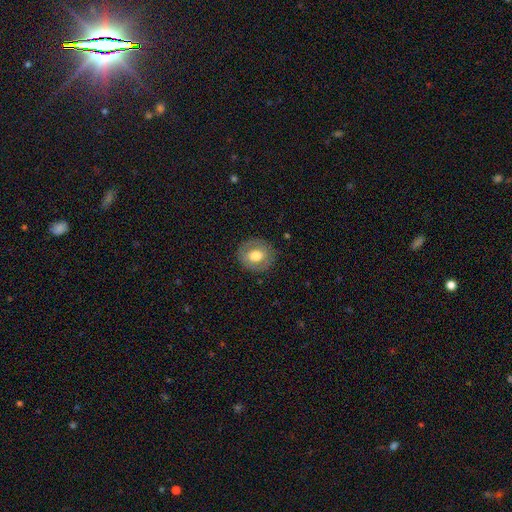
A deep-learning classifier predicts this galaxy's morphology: Smooth or featured?
  - smooth: 62% *
  - featured or disk: 30%
  - star or artifact: 8%
How rounded?
  - round: 79% *
  - in between: 20%
  - cigar-shaped: 1%
Merging?
  - none: 84% *
  - minor disturbance: 11%
  - major disturbance: 4%
  - merger: 1%